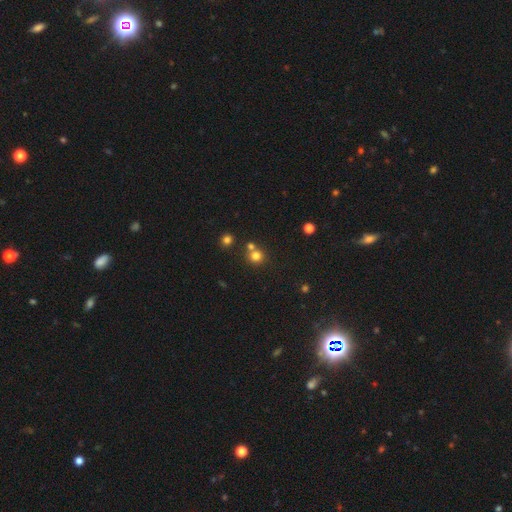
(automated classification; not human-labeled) smooth-or-featured: smooth: 76% | star or artifact: 16% | featured or disk: 8%
  how-rounded: round: 90% | in between: 9% | cigar-shaped: 1%
  merging: none: 63% | merger: 27% | minor disturbance: 7% | major disturbance: 3%